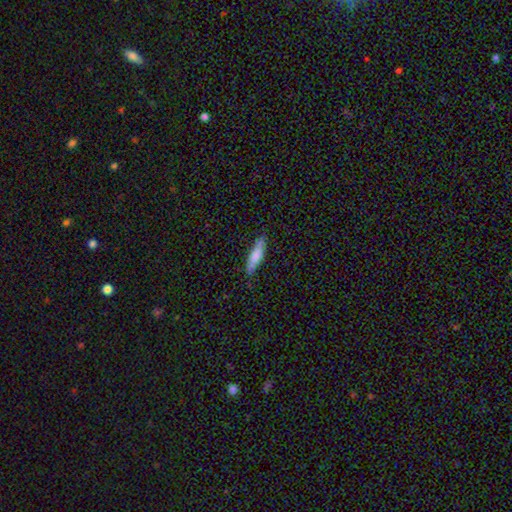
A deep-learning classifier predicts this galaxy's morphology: smooth 76%, featured or disk 18%, star or artifact 6%. Down the decision tree: how rounded — cigar-shaped (80%); merging — none (86%).